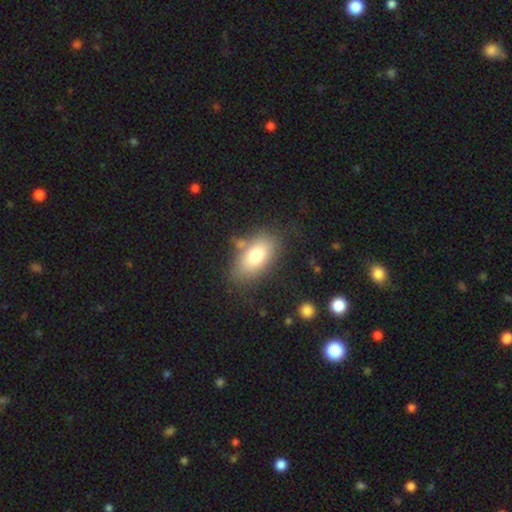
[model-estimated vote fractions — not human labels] This is likely a smooth galaxy (75%). How rounded: clearly in between (90%). Merging: likely none (72%).